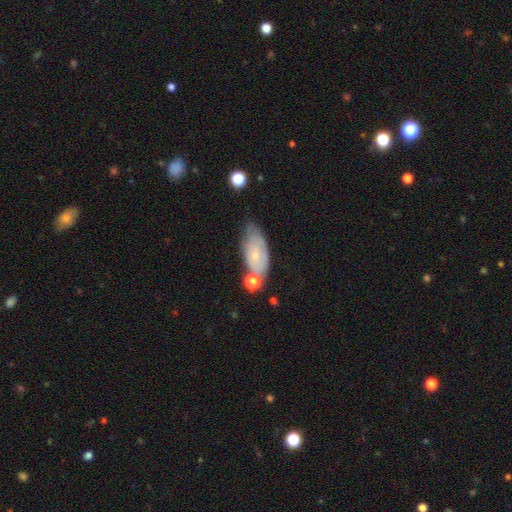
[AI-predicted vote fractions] Smooth or featured?
  - smooth: 53% *
  - featured or disk: 38%
  - star or artifact: 8%
How rounded?
  - in between: 87% *
  - cigar-shaped: 8%
  - round: 5%
Merging?
  - none: 47% *
  - minor disturbance: 29%
  - merger: 14%
  - major disturbance: 10%